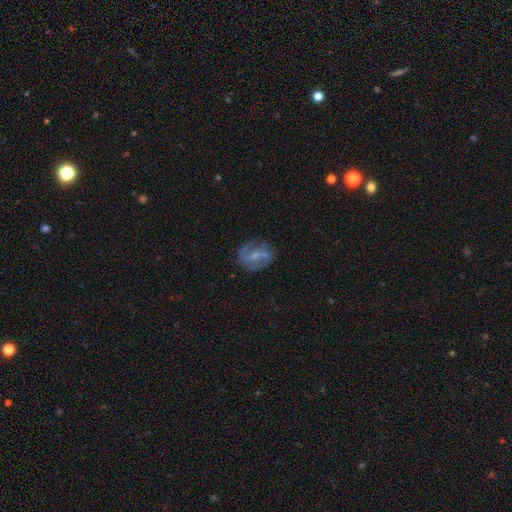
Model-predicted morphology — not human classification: Smooth or featured? featured or disk (72%)
Edge-on disk? no (97%)
Bar? weak (49%)
Spiral arms? yes (86%)
Spiral winding? medium (49%)
Spiral arm count? 2 (79%)
Bulge size? small (46%)
Merging? none (67%)